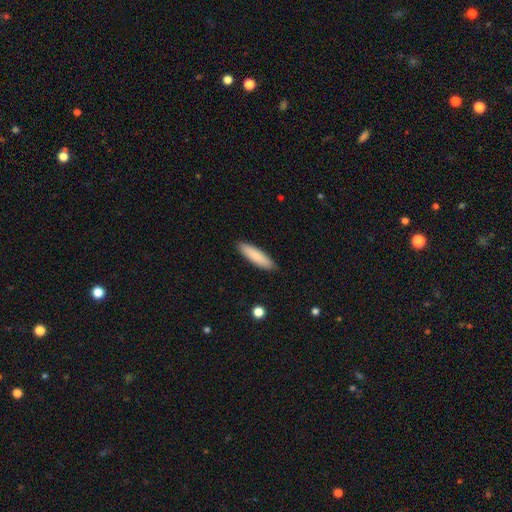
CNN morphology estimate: Smooth or featured?
  - smooth: 86% *
  - featured or disk: 9%
  - star or artifact: 6%
How rounded?
  - cigar-shaped: 69% *
  - in between: 30%
  - round: 1%
Merging?
  - none: 89% *
  - minor disturbance: 8%
  - major disturbance: 2%
  - merger: 1%